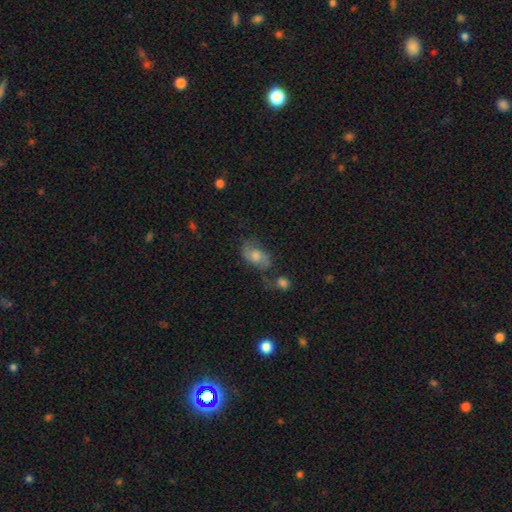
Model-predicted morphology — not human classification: The model was most divided on "smooth or featured": smooth: 48%, featured or disk: 39%, star or artifact: 12%. More confident: merging — none (51%).